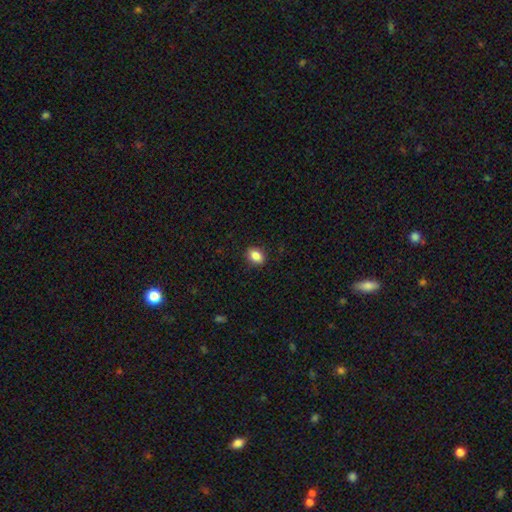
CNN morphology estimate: The model was most divided on "how rounded": in between: 72%, round: 27%, cigar-shaped: 1%. More confident: merging — none (89%); smooth or featured — smooth (86%).